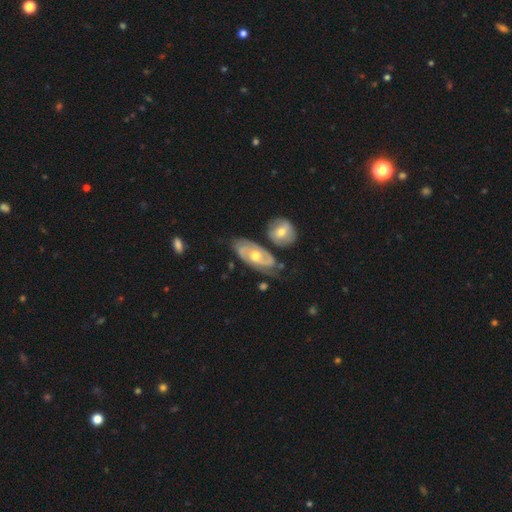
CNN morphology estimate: smooth-or-featured: featured or disk: 76% | smooth: 18% | star or artifact: 6%
  disk-edge-on: no: 92% | yes: 8%
    bar: no: 70% | weak: 23% | strong: 6%
    has-spiral-arms: yes: 84% | no: 16%
      spiral-winding: tight: 56% | medium: 33% | loose: 11%
      spiral-arm-count: 2: 63% | can't tell: 24% | 3: 5% | 1: 4% | 4: 2% | more than 4: 2%
    bulge-size: moderate: 74% | small: 20% | large: 4% | none: 1% | dominant: 1%
  merging: none: 58% | minor disturbance: 20% | merger: 14% | major disturbance: 8%